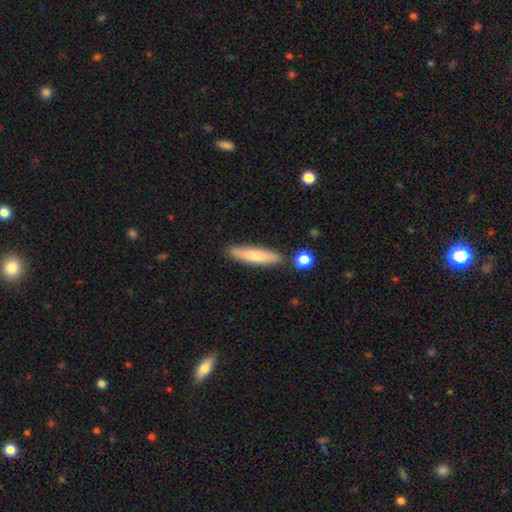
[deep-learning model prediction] smooth-or-featured: smooth: 69% | featured or disk: 25% | star or artifact: 6%
  how-rounded: cigar-shaped: 82% | in between: 16% | round: 2%
  merging: none: 83% | minor disturbance: 10% | merger: 4% | major disturbance: 2%